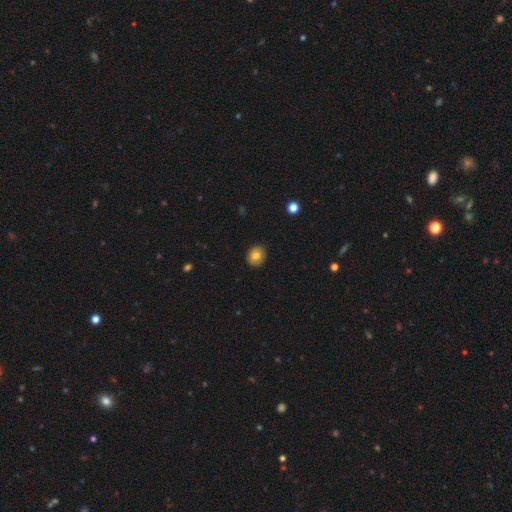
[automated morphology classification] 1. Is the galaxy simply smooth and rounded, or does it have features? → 76% smooth, 15% featured or disk, 9% star or artifact.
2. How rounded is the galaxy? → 61% round, 38% in between, 1% cigar-shaped.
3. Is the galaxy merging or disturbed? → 88% none, 9% minor disturbance, 2% major disturbance, 1% merger.